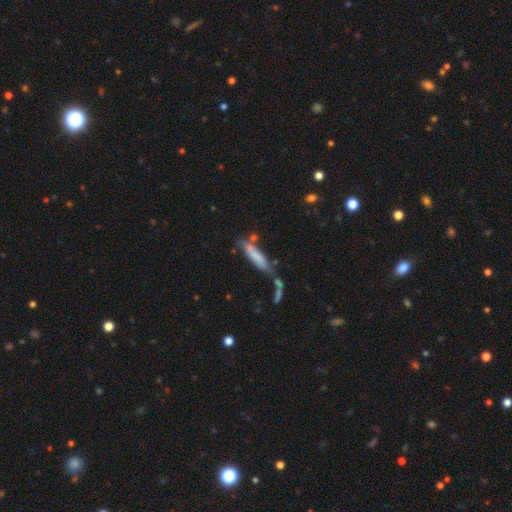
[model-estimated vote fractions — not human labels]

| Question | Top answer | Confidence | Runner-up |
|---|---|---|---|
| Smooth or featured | smooth | 72% | featured or disk (20%) |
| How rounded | cigar-shaped | 78% | in between (20%) |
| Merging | none | 48% | merger (23%) |